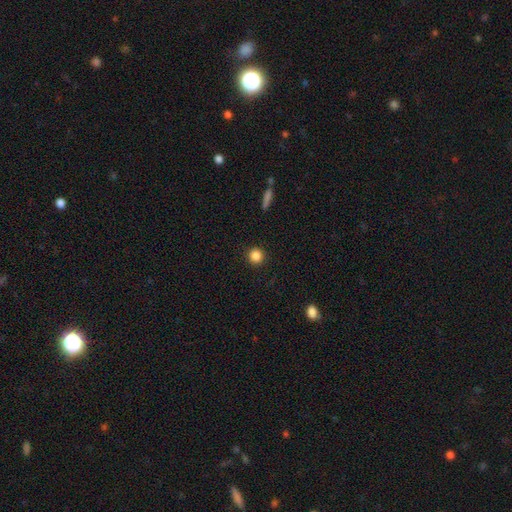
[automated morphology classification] Overall: smooth (86%). How rounded: round (95%). Merging: none (92%).